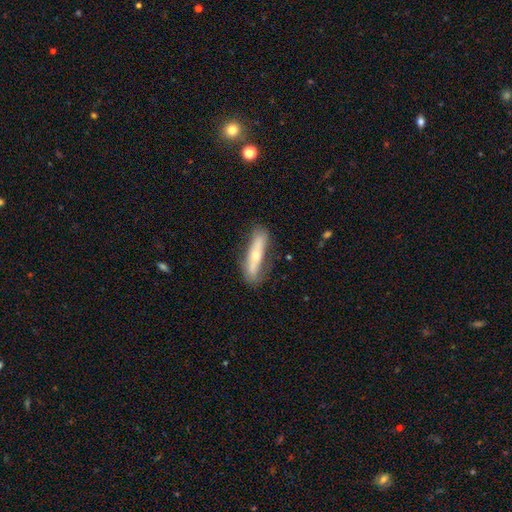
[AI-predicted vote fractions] A featured or disk galaxy (48%).

Vote fractions:
- Smooth or featured? featured or disk: 48% / smooth: 45% / star or artifact: 6%
- Merging? none: 74% / minor disturbance: 18% / major disturbance: 6% / merger: 2%